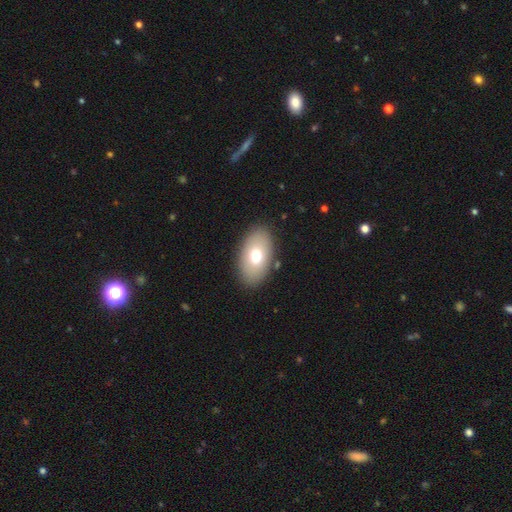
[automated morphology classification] Smooth or featured? Predicted: smooth (p=0.70). How rounded? Predicted: in between (p=0.92). Merging? Predicted: none (p=0.87).